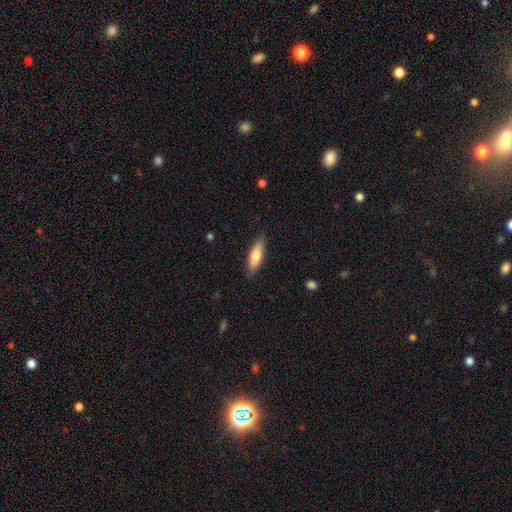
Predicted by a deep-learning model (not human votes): Smooth or featured? smooth (72%)
How rounded? cigar-shaped (56%)
Merging? none (86%)